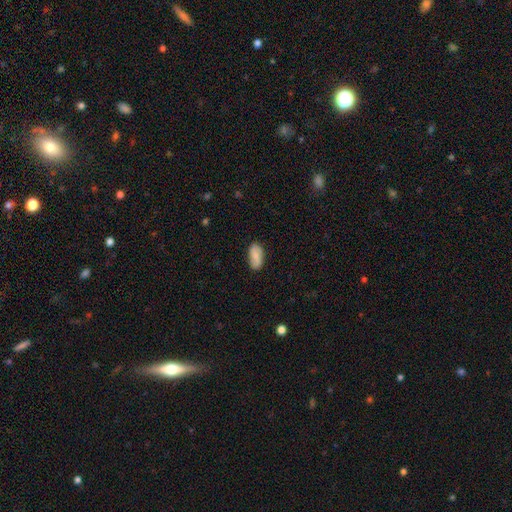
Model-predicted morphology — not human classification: Smooth or featured: smooth — 83% (featured or disk — 11%)
How rounded: in between — 92% (cigar-shaped — 5%)
Merging: none — 84% (minor disturbance — 12%)